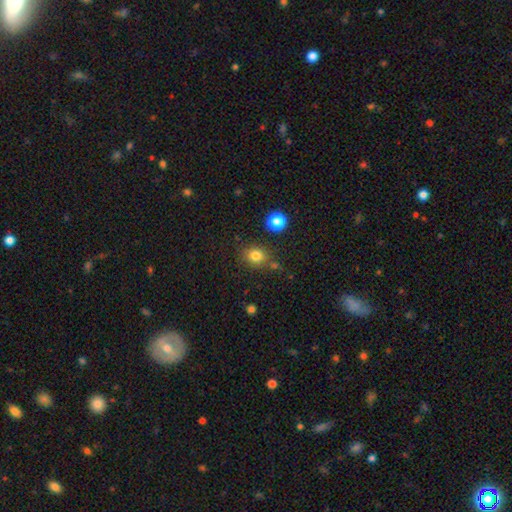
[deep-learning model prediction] Smooth or featured? smooth (81%)
How rounded? round (70%)
Merging? none (76%)